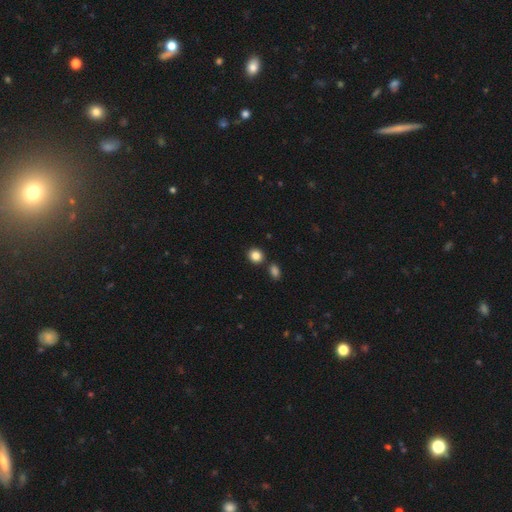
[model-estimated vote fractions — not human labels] Q: Smooth or featured?
A: smooth (85%); runner-up: star or artifact (10%)
Q: How rounded?
A: round (75%); runner-up: in between (24%)
Q: Merging?
A: none (80%); runner-up: merger (9%)